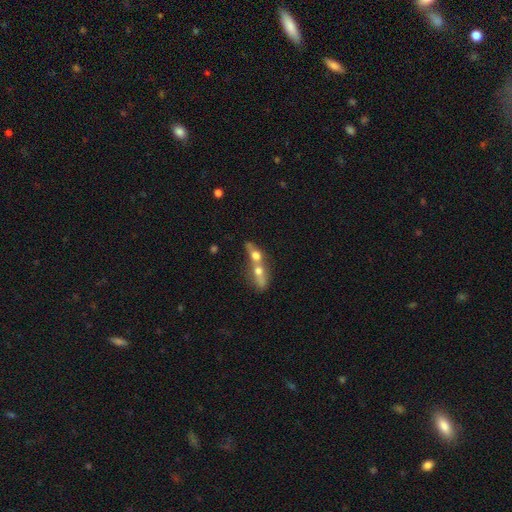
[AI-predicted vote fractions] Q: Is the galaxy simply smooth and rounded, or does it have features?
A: smooth — 57%.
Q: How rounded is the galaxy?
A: in between — 47%.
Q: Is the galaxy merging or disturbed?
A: merger — 77%.